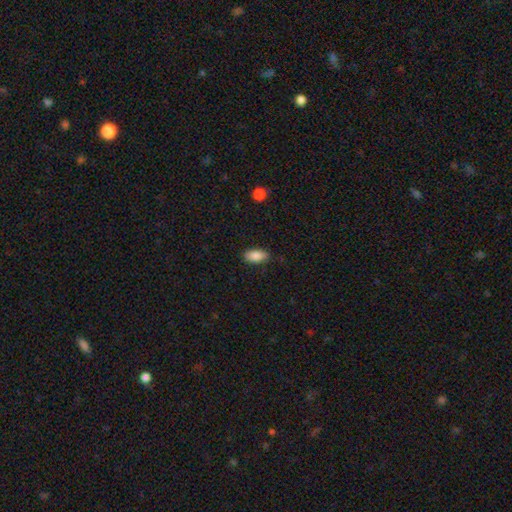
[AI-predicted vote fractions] smooth_or_featured: smooth (p=0.87) [alt: star or artifact p=0.07]
how_rounded: in between (p=0.92) [alt: cigar-shaped p=0.05]
merging: none (p=0.85) [alt: minor disturbance p=0.12]